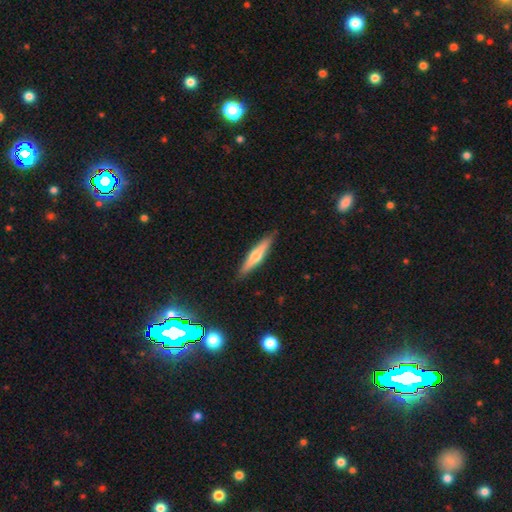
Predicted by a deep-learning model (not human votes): Q: Smooth or featured?
A: featured or disk (51%); runner-up: smooth (43%)
Q: Edge-on disk?
A: yes (95%); runner-up: no (5%)
Q: Merging?
A: none (89%); runner-up: minor disturbance (8%)